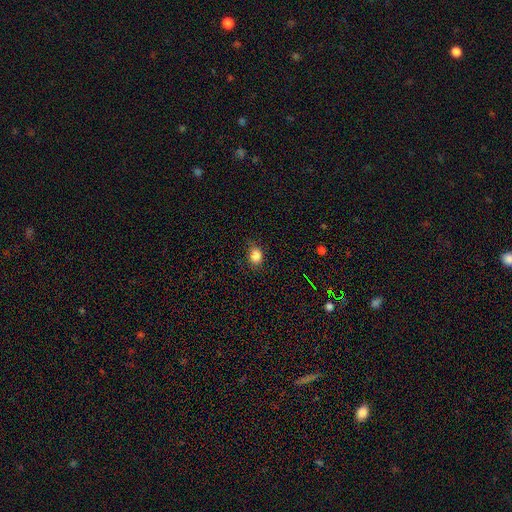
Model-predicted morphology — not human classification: The model was most divided on "how rounded": round: 54%, in between: 45%, cigar-shaped: 1%. More confident: smooth or featured — smooth (82%); merging — none (76%).